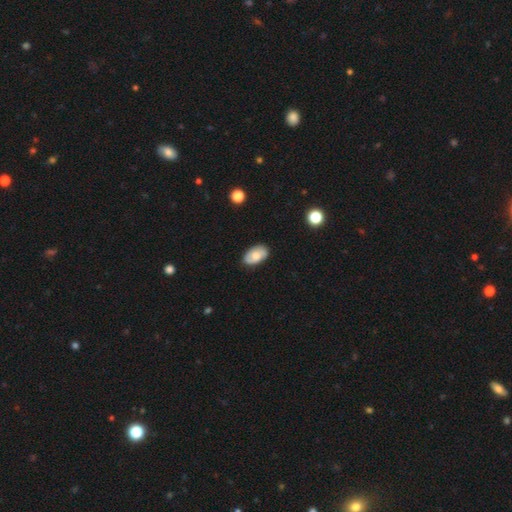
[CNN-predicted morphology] A smooth galaxy with no disk features (64%) that is in between round and cigar-shaped (93%). Merging: none (82%).